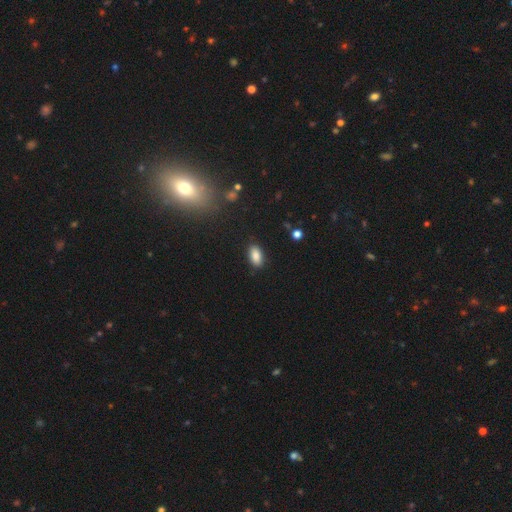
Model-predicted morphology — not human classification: smooth 86%, star or artifact 9%, featured or disk 5%. Down the decision tree: how rounded — in between (92%); merging — none (86%).